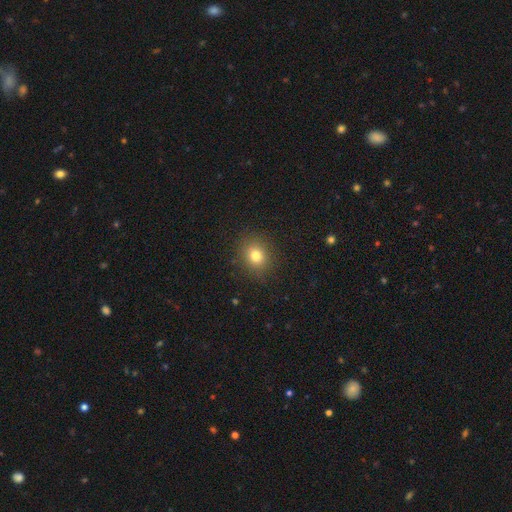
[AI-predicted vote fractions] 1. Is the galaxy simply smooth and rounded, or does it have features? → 78% smooth, 14% star or artifact, 8% featured or disk.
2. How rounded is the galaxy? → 74% round, 25% in between, 1% cigar-shaped.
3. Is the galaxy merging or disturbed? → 88% none, 8% minor disturbance, 3% major disturbance, 1% merger.